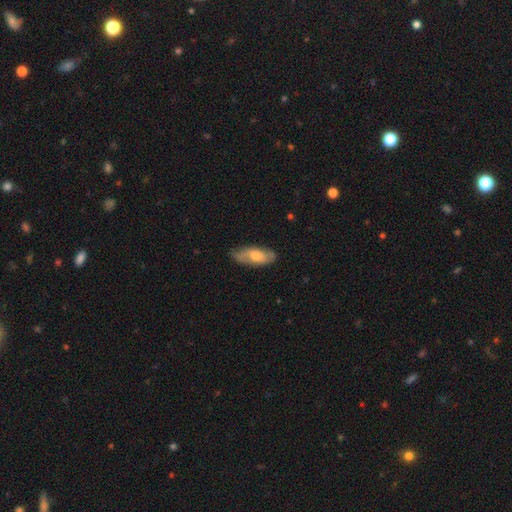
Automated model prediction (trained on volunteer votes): Smooth or featured?
  - smooth: 50% *
  - featured or disk: 44%
  - star or artifact: 6%
Merging?
  - none: 74% *
  - minor disturbance: 20%
  - major disturbance: 5%
  - merger: 1%